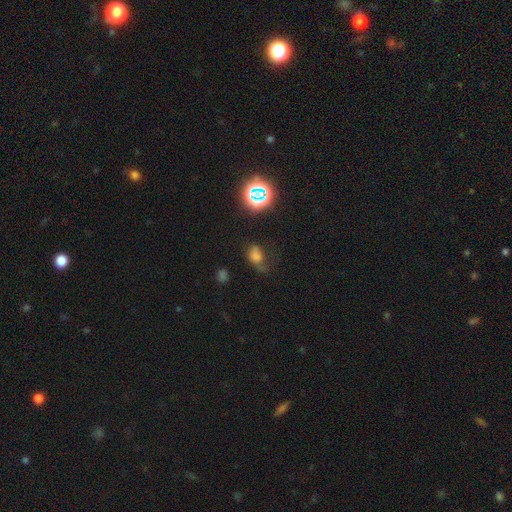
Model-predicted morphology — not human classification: smooth-or-featured: smooth: 56% | star or artifact: 24% | featured or disk: 20%
  how-rounded: in between: 61% | round: 37% | cigar-shaped: 2%
  merging: major disturbance: 36% | none: 34% | minor disturbance: 26% | merger: 4%